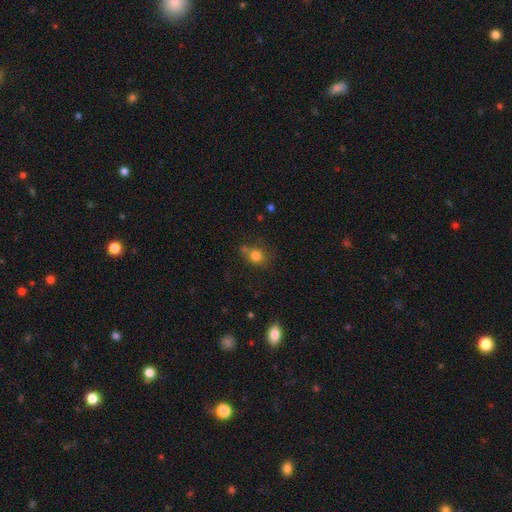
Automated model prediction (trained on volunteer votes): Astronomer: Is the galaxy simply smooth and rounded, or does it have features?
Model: smooth — 79%.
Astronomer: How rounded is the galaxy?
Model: round — 75%.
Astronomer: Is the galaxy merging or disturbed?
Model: none — 59%.